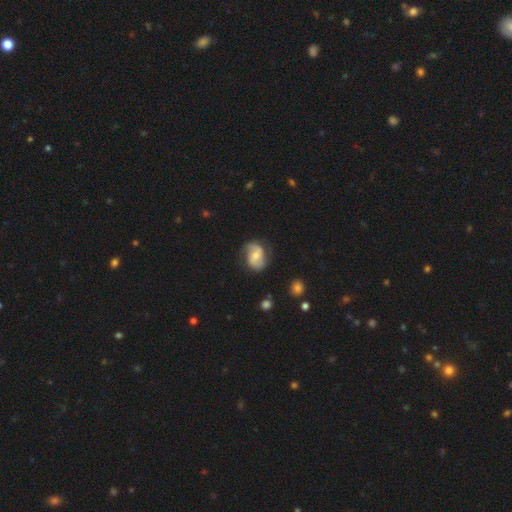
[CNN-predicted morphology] smooth_or_featured: featured or disk (p=0.70) [alt: smooth p=0.23]
disk_edge_on: no (p=0.97) [alt: yes p=0.03]
bar: no (p=0.44) [alt: weak p=0.42]
has_spiral_arms: yes (p=0.93) [alt: no p=0.07]
spiral_winding: medium (p=0.43) [alt: loose p=0.38]
spiral_arm_count: 2 (p=0.88) [alt: can't tell p=0.06]
bulge_size: moderate (p=0.50) [alt: small p=0.41]
merging: none (p=0.72) [alt: minor disturbance p=0.19]